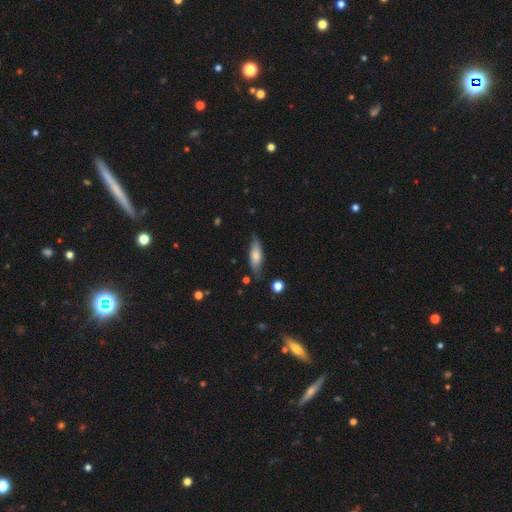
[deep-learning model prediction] Overall: smooth (63%; featured or disk 30%). How rounded: in between (52%; cigar-shaped 45%). Merging: none (74%).